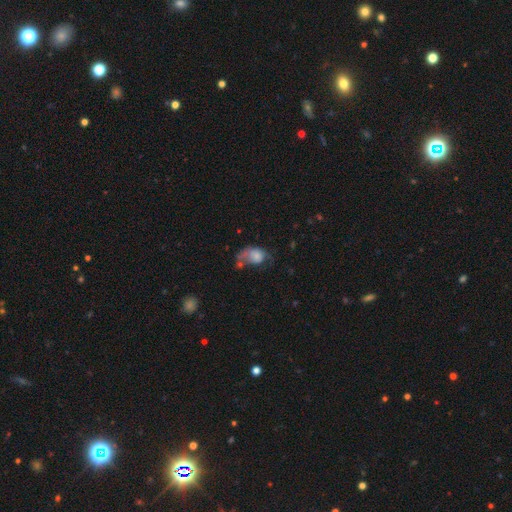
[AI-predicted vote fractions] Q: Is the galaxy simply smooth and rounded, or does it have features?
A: smooth — 62%.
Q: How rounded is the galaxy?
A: in between — 71%.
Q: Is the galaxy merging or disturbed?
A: major disturbance — 42%.